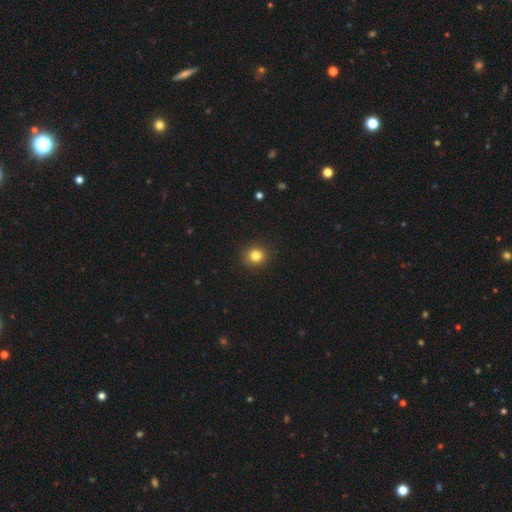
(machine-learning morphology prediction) smooth_or_featured: smooth (p=0.83) [alt: star or artifact p=0.12]
how_rounded: round (p=0.87) [alt: in between p=0.12]
merging: none (p=0.91) [alt: minor disturbance p=0.06]